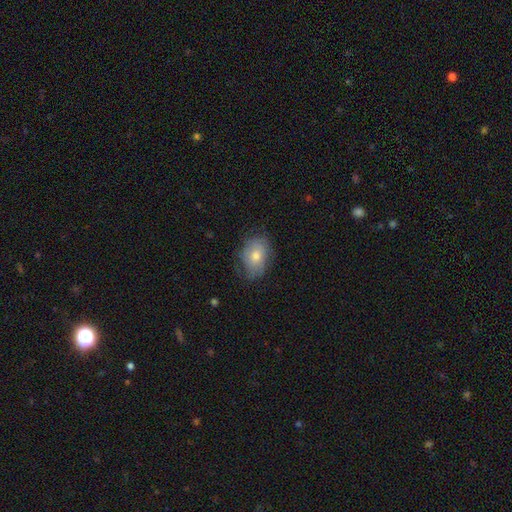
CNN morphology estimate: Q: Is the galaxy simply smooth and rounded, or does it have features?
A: smooth — 65%.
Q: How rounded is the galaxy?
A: in between — 73%.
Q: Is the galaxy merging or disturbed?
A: none — 67%.